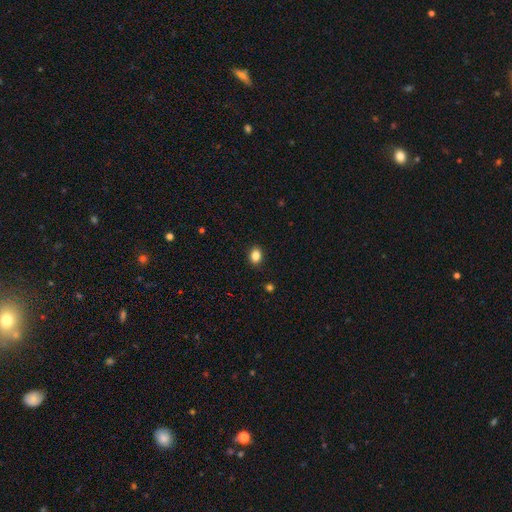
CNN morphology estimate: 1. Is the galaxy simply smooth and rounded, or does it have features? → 86% smooth, 10% star or artifact, 4% featured or disk.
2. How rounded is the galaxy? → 59% in between, 39% round, 1% cigar-shaped.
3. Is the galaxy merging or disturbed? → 90% none, 7% minor disturbance, 2% major disturbance, 1% merger.